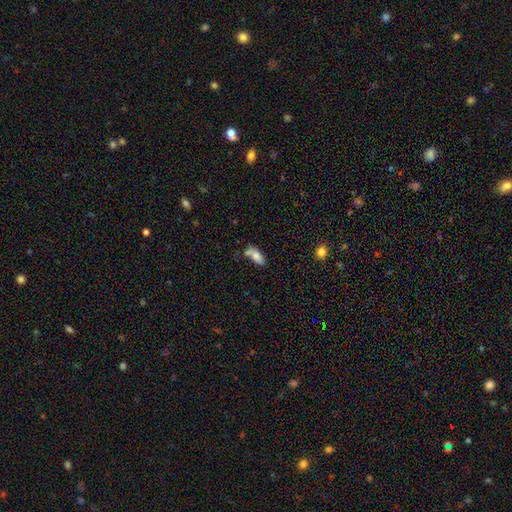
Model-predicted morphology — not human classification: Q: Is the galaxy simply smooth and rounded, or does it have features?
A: smooth — 77%.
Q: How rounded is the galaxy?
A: in between — 85%.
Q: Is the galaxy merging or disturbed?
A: none — 46%.